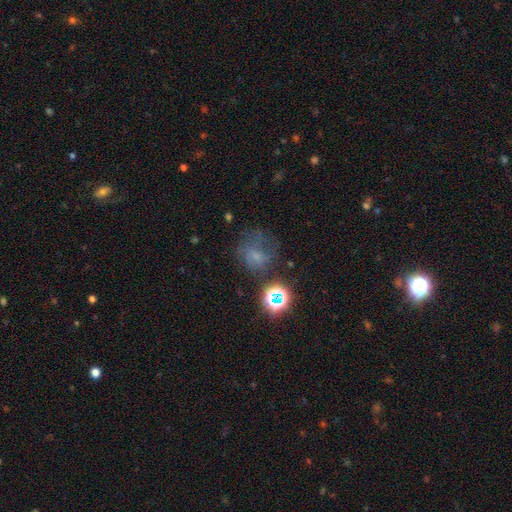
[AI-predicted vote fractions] A smooth galaxy with no disk features (46%). Merging: none (46%).